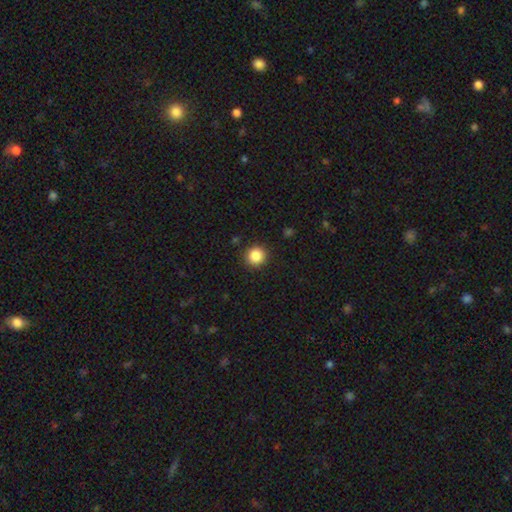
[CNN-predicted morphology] This appears to be a smooth galaxy with no disk features (86%) that is round (94%). Merging: none (91%).